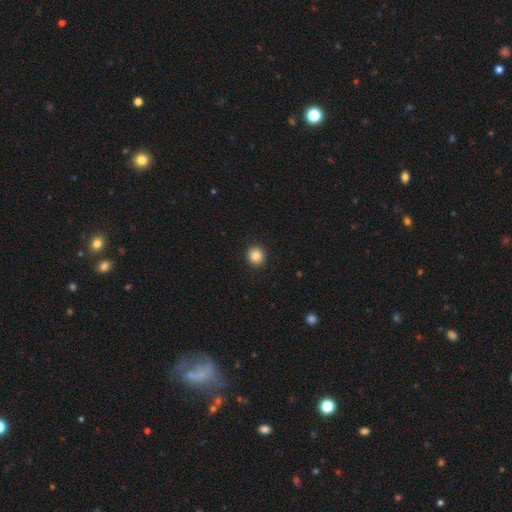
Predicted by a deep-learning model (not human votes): Overall: smooth (86%). How rounded: round (86%). Merging: none (92%).